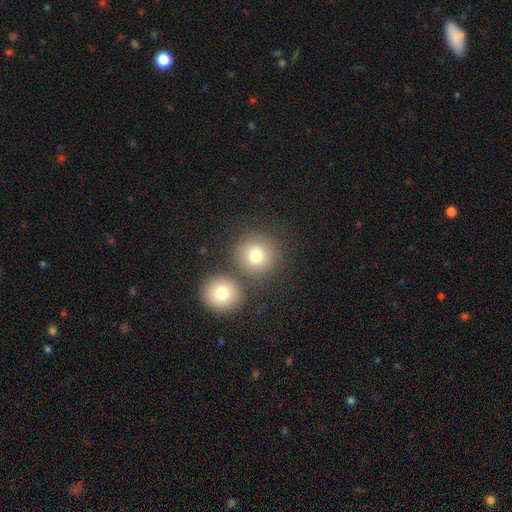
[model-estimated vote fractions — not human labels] The model was most divided on "merging": none: 69%, merger: 20%, minor disturbance: 8%, major disturbance: 4%. More confident: how rounded — round (91%); smooth or featured — smooth (76%).